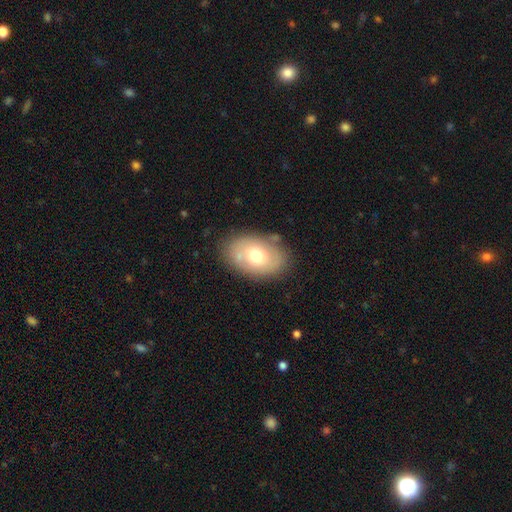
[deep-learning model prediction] This is likely a smooth galaxy (61%). How rounded: clearly in between (85%). Merging: likely none (77%).